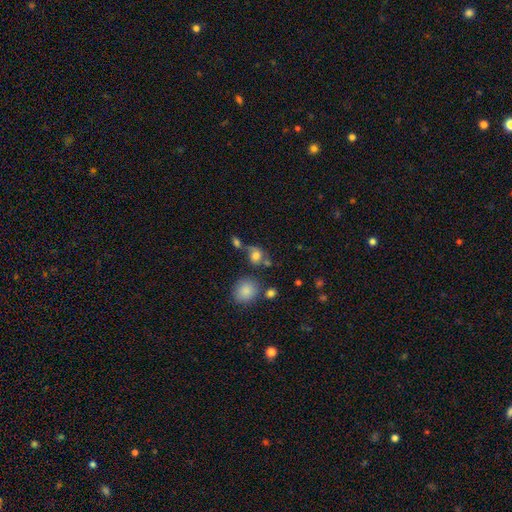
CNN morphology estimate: type=smooth (72%); roundness=round (64%); merging=none (45%).